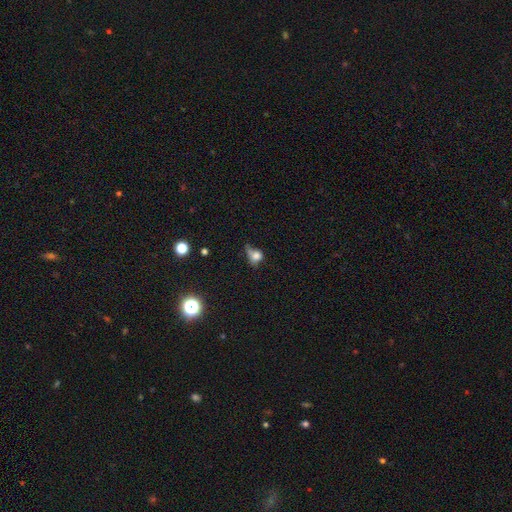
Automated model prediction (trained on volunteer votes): Morphology: type=smooth (69%); roundness=round (63%); merging=minor disturbance (31%).